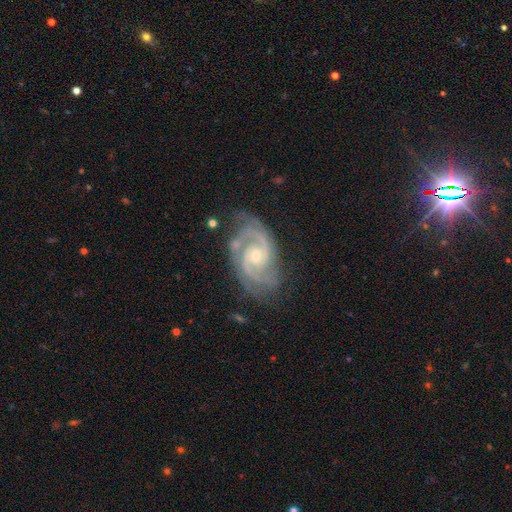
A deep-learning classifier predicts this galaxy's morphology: Smooth or featured? featured or disk (92%)
Edge-on disk? no (97%)
Bar? no (57%)
Spiral arms? yes (99%)
Spiral winding? tight (52%)
Spiral arm count? 2 (78%)
Bulge size? small (57%)
Merging? none (73%)